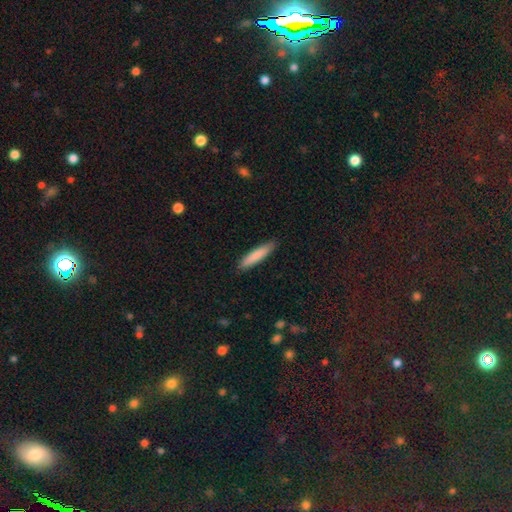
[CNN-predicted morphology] Smooth or featured?
  - smooth: 82% *
  - featured or disk: 12%
  - star or artifact: 5%
How rounded?
  - cigar-shaped: 87% *
  - in between: 12%
  - round: 1%
Merging?
  - none: 89% *
  - minor disturbance: 9%
  - major disturbance: 2%
  - merger: 1%